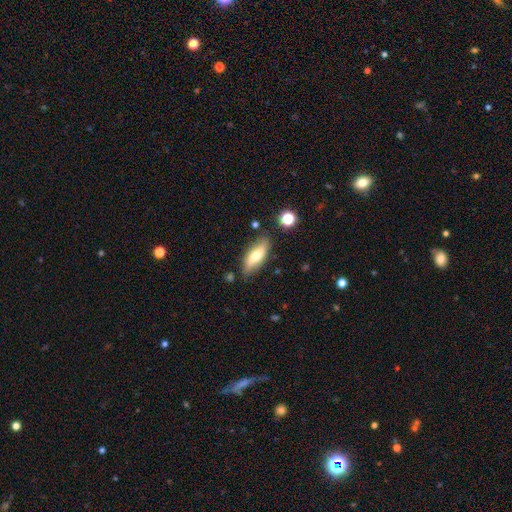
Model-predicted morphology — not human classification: The model was most divided on "smooth or featured": smooth: 58%, featured or disk: 35%, star or artifact: 7%. More confident: merging — none (78%); how rounded — in between (66%).